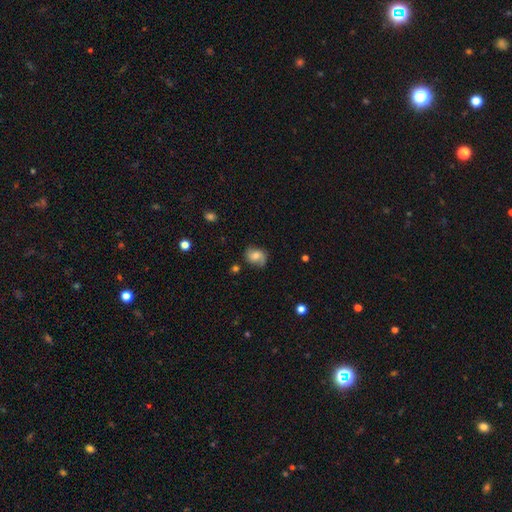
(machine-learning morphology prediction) This appears to be a smooth galaxy with no disk features (52%) that is in between round and cigar-shaped (55%). Merging: none (69%).